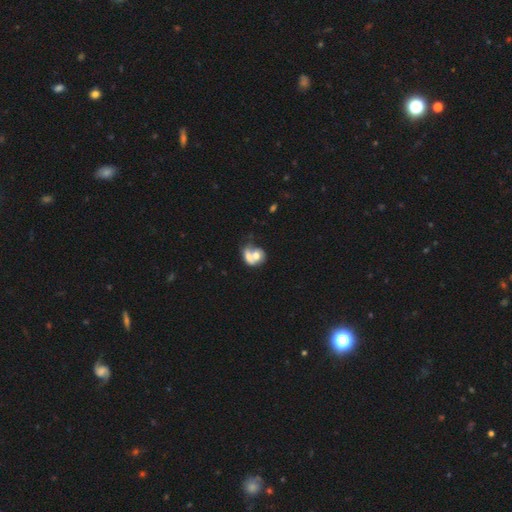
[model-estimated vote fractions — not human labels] The model was most divided on "how rounded": round: 52%, in between: 46%, cigar-shaped: 2%. More confident: merging — merger (69%); smooth or featured — smooth (53%).